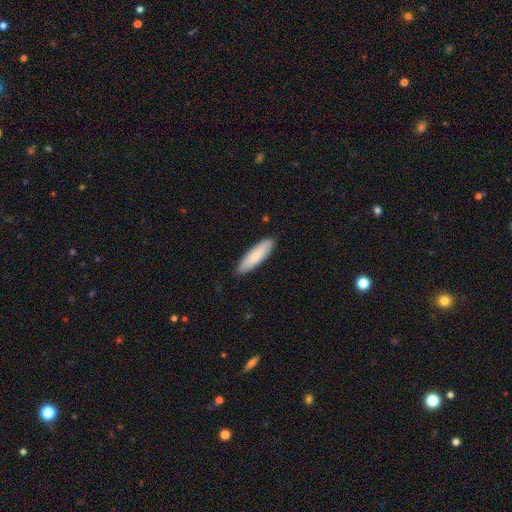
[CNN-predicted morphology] A smooth galaxy with no disk features (77%) that is cigar-shaped (63%).

Vote fractions:
- Smooth or featured? smooth: 77% / featured or disk: 18% / star or artifact: 5%
- How rounded? cigar-shaped: 63% / in between: 35% / round: 2%
- Merging? none: 89% / minor disturbance: 9% / major disturbance: 1% / merger: 1%